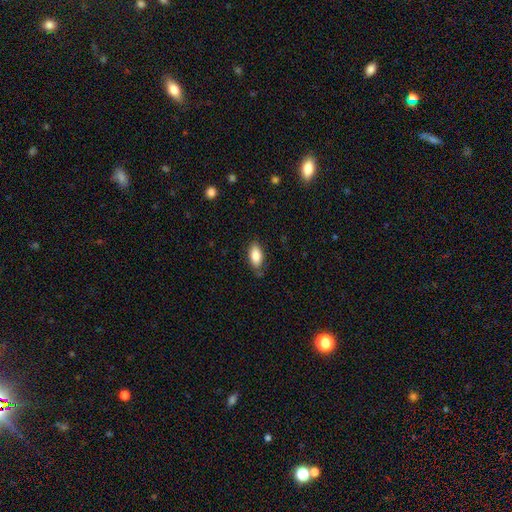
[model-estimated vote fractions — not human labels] Smooth or featured: smooth — 84% (featured or disk — 9%)
How rounded: in between — 90% (cigar-shaped — 7%)
Merging: none — 78% (minor disturbance — 17%)